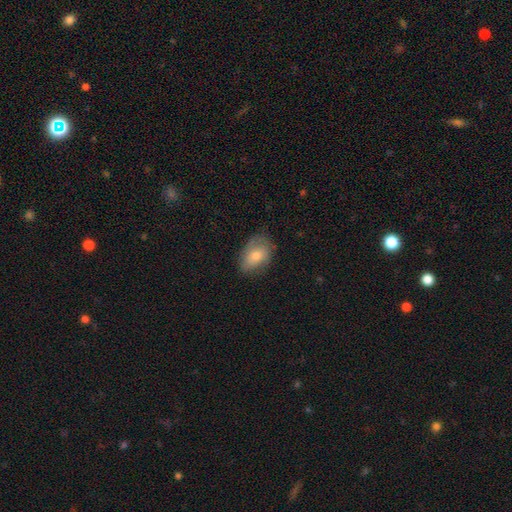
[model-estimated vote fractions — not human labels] This appears to be a smooth galaxy with no disk features (71%) that is in between round and cigar-shaped (85%). Merging: none (68%).